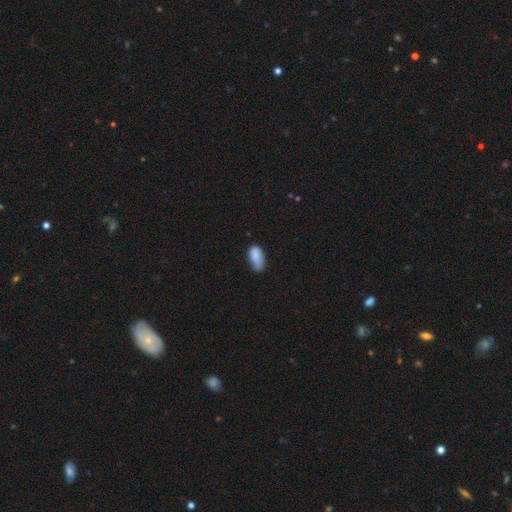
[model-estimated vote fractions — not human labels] Smooth or featured? smooth (83%)
How rounded? in between (91%)
Merging? minor disturbance (42%)